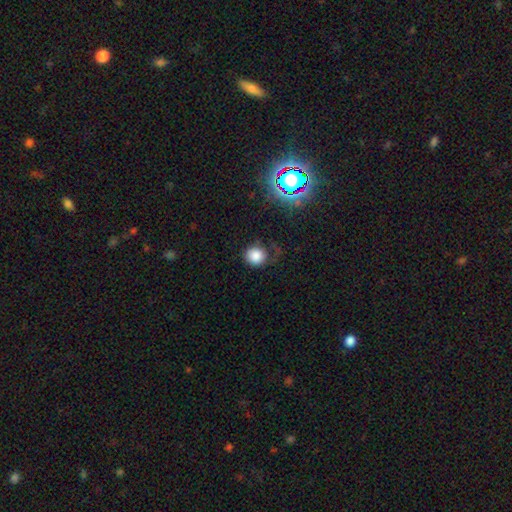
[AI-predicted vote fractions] smooth 81%, star or artifact 12%, featured or disk 7%. Down the decision tree: how rounded — round (79%); merging — none (61%).